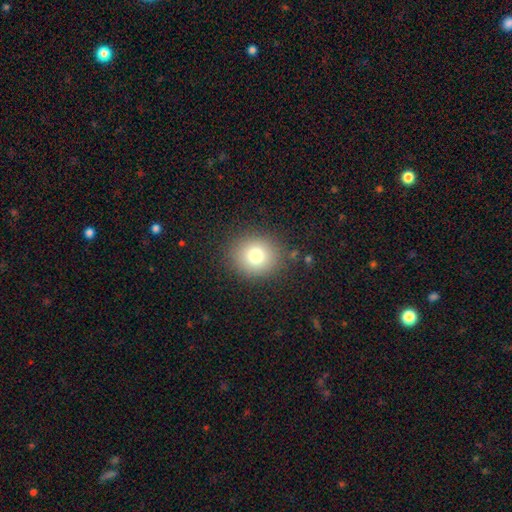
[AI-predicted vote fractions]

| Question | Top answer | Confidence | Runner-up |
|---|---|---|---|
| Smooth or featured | smooth | 77% | star or artifact (13%) |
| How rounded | round | 82% | in between (18%) |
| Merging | none | 87% | minor disturbance (8%) |